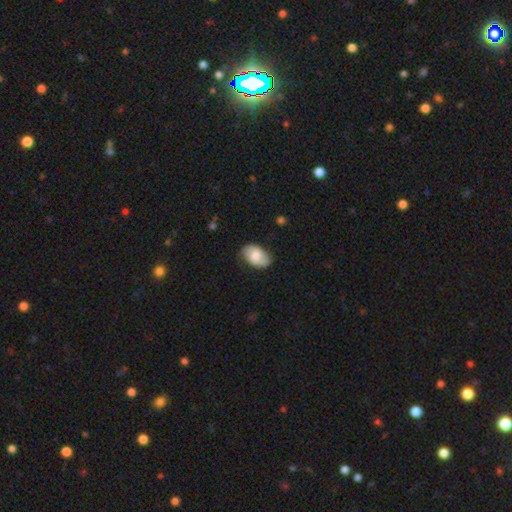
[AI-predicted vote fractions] Smooth or featured: smooth — 57% (featured or disk — 36%)
How rounded: in between — 90% (round — 8%)
Merging: none — 75% (minor disturbance — 20%)